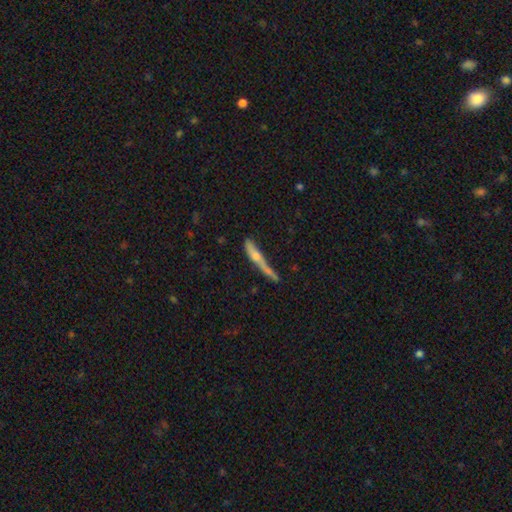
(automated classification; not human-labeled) Smooth or featured?
  - smooth: 55% *
  - featured or disk: 36%
  - star or artifact: 9%
How rounded?
  - cigar-shaped: 87% *
  - in between: 10%
  - round: 3%
Merging?
  - none: 39% *
  - minor disturbance: 26%
  - major disturbance: 19%
  - merger: 16%